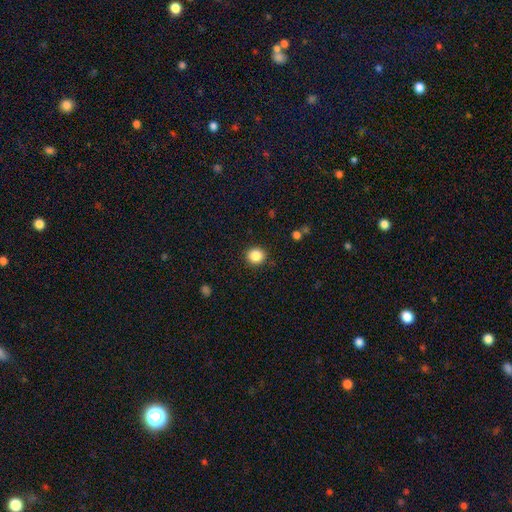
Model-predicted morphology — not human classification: A smooth galaxy with no disk features (87%) that is round (85%).

Vote fractions:
- Smooth or featured? smooth: 87% / star or artifact: 10% / featured or disk: 4%
- How rounded? round: 85% / in between: 14% / cigar-shaped: 1%
- Merging? none: 91% / minor disturbance: 6% / major disturbance: 2% / merger: 1%